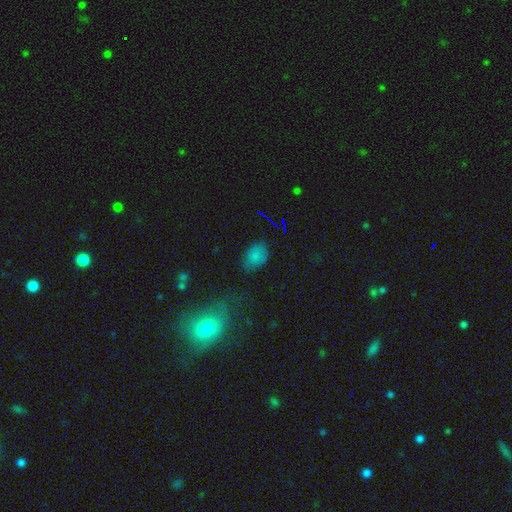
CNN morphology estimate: smooth-or-featured: smooth: 72% | star or artifact: 21% | featured or disk: 7%
  how-rounded: in between: 85% | round: 14% | cigar-shaped: 2%
  merging: none: 74% | minor disturbance: 18% | major disturbance: 5% | merger: 2%